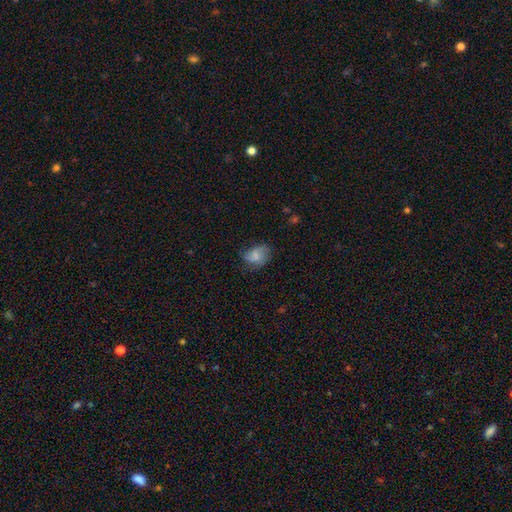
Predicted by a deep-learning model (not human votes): The model was most divided on "merging": none: 52%, minor disturbance: 31%, major disturbance: 15%, merger: 2%. More confident: how rounded — in between (69%); smooth or featured — smooth (67%).